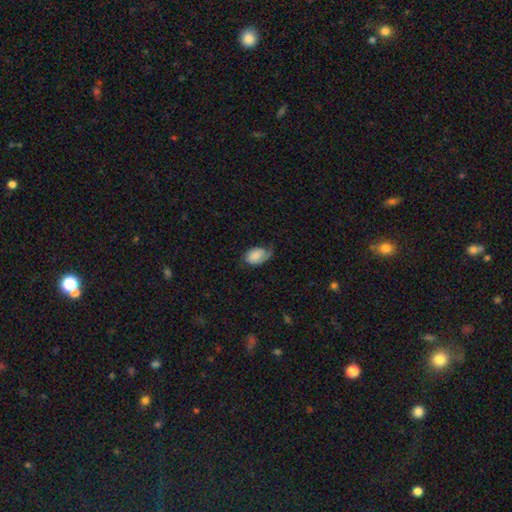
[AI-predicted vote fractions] Morphology: type=smooth (58%); roundness=in between (87%); merging=none (45%).